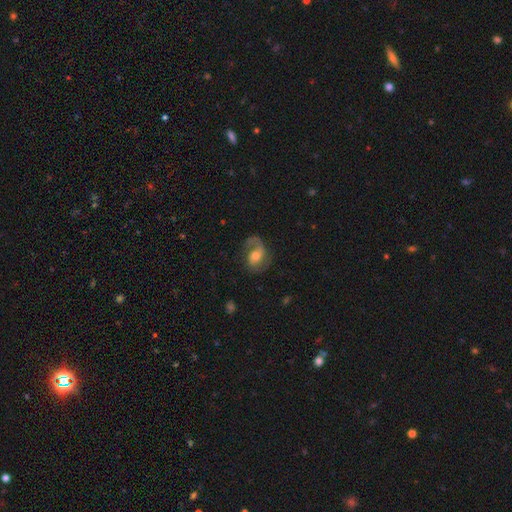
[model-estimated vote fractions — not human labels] Q: Smooth or featured?
A: featured or disk (75%); runner-up: smooth (18%)
Q: Edge-on disk?
A: no (97%); runner-up: yes (3%)
Q: Bar?
A: no (54%); runner-up: weak (37%)
Q: Spiral arms?
A: yes (93%); runner-up: no (7%)
Q: Spiral winding?
A: medium (45%); runner-up: loose (40%)
Q: Spiral arm count?
A: 2 (66%); runner-up: 1 (27%)
Q: Bulge size?
A: moderate (60%); runner-up: small (26%)
Q: Merging?
A: none (59%); runner-up: minor disturbance (20%)